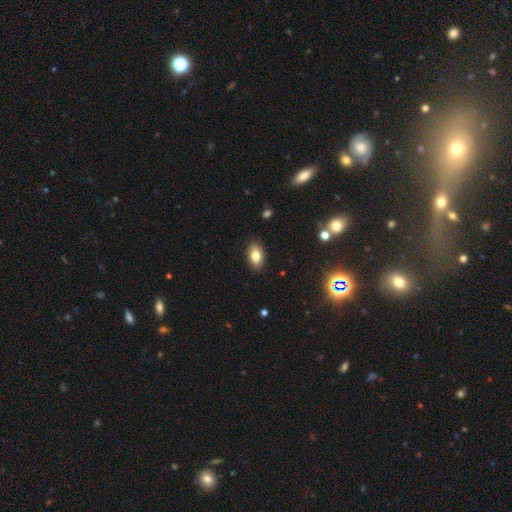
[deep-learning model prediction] smooth_or_featured: smooth (p=0.81) [alt: featured or disk p=0.10]
how_rounded: in between (p=0.91) [alt: round p=0.07]
merging: none (p=0.88) [alt: minor disturbance p=0.09]